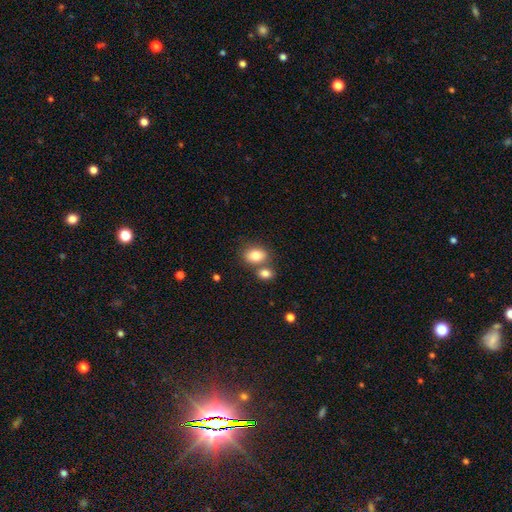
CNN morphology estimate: Smooth or featured: smooth — 82% (featured or disk — 10%)
How rounded: in between — 75% (round — 24%)
Merging: none — 52% (merger — 34%)